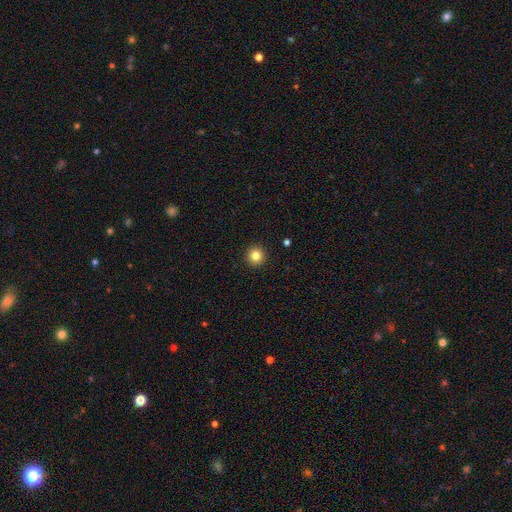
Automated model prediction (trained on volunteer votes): The model was most divided on "smooth or featured": smooth: 84%, star or artifact: 11%, featured or disk: 5%. More confident: how rounded — round (95%); merging — none (93%).